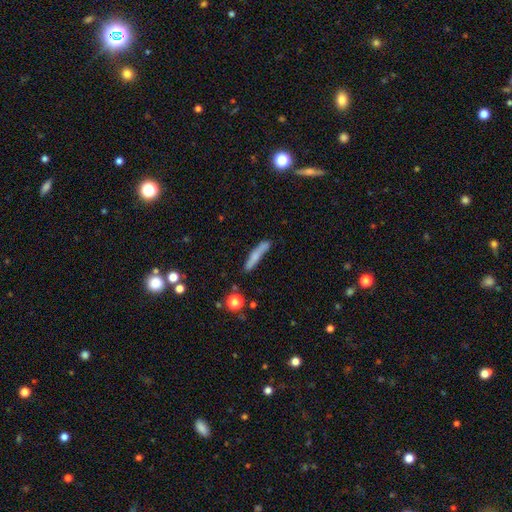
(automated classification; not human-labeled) This is likely a smooth galaxy (68%). How rounded: clearly cigar-shaped (91%). Merging: likely none (72%).